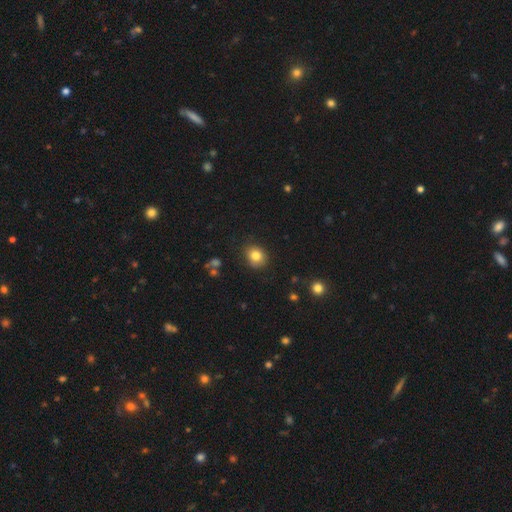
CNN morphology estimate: Smooth or featured?
  - smooth: 82% *
  - star or artifact: 11%
  - featured or disk: 7%
How rounded?
  - round: 72% *
  - in between: 27%
  - cigar-shaped: 1%
Merging?
  - none: 84% *
  - minor disturbance: 12%
  - major disturbance: 3%
  - merger: 2%